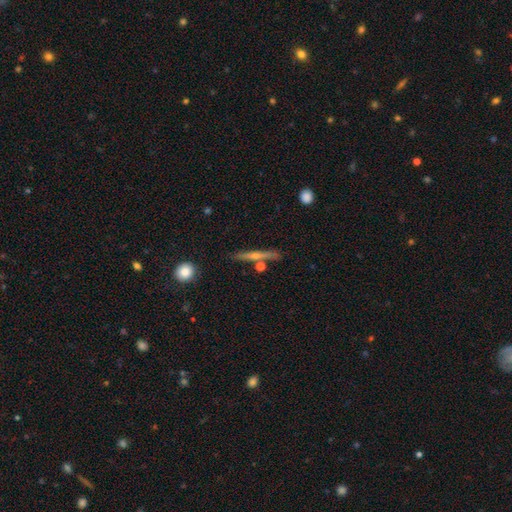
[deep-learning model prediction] Overall: featured or disk (67%). Edge-on disk: yes (96%). Edge-on bulge: rounded (70%). Merging: none (84%).